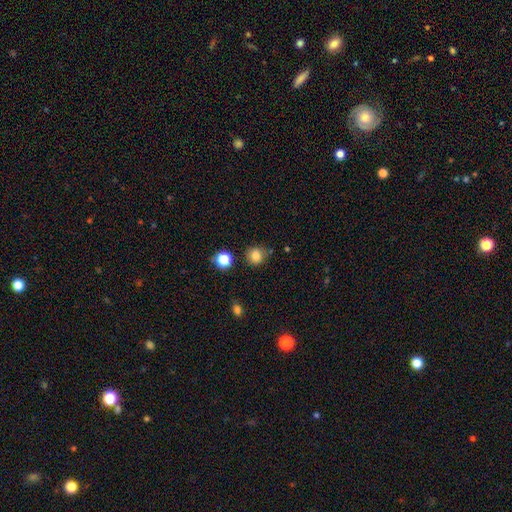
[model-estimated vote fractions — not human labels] smooth 82%, star or artifact 12%, featured or disk 5%. Down the decision tree: how rounded — round (88%); merging — none (78%).